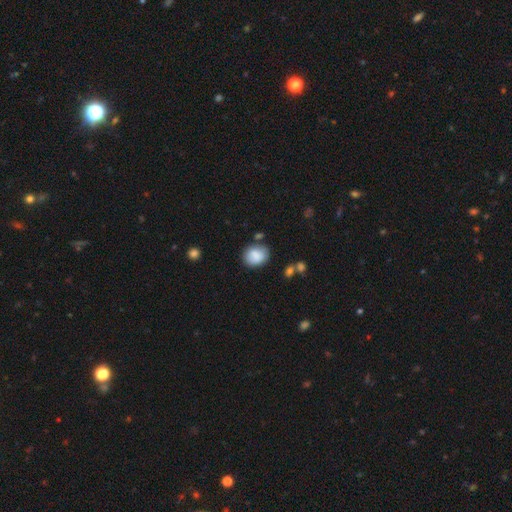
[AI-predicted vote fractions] Smooth or featured? smooth (85%)
How rounded? round (57%)
Merging? none (73%)